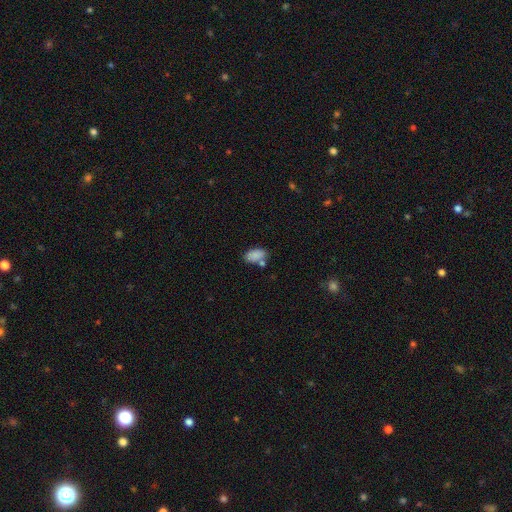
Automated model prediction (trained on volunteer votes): A smooth galaxy with no disk features (85%) that is in between round and cigar-shaped (92%). Merging: none (62%).